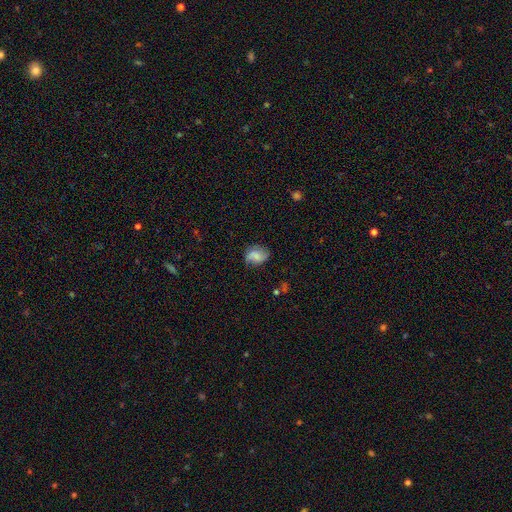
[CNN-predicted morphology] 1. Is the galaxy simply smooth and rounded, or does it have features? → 49% smooth, 42% featured or disk, 10% star or artifact.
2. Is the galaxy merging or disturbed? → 69% none, 22% minor disturbance, 8% major disturbance, 2% merger.